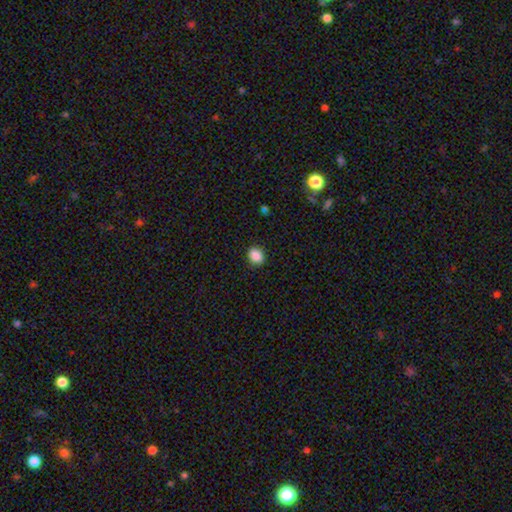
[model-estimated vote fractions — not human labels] smooth-or-featured: smooth: 88% | star or artifact: 9% | featured or disk: 3%
  how-rounded: in between: 53% | round: 46% | cigar-shaped: 1%
  merging: none: 88% | minor disturbance: 8% | major disturbance: 2% | merger: 1%